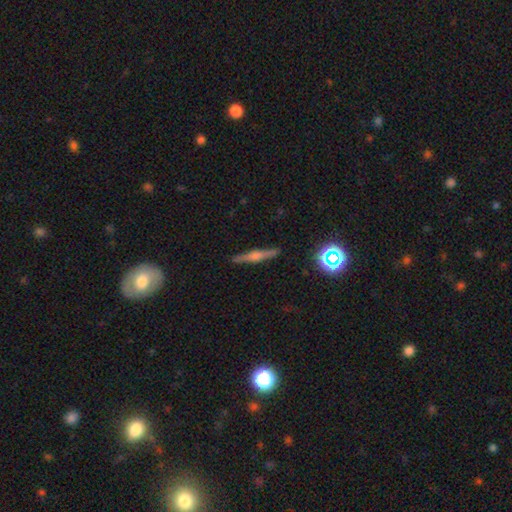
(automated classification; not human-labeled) smooth-or-featured: featured or disk: 69% | smooth: 22% | star or artifact: 9%
  disk-edge-on: yes: 97% | no: 3%
    edge-on-bulge: rounded: 82% | boxy: 10% | none: 8%
  merging: none: 90% | minor disturbance: 7% | major disturbance: 2% | merger: 1%